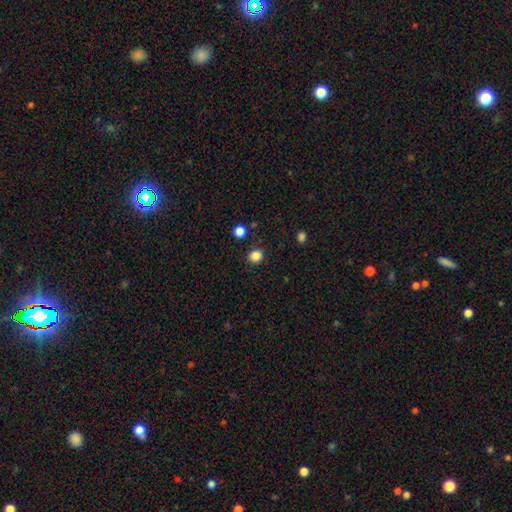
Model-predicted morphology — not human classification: Q: Smooth or featured?
A: smooth (85%); runner-up: star or artifact (12%)
Q: How rounded?
A: round (84%); runner-up: in between (15%)
Q: Merging?
A: none (88%); runner-up: minor disturbance (7%)